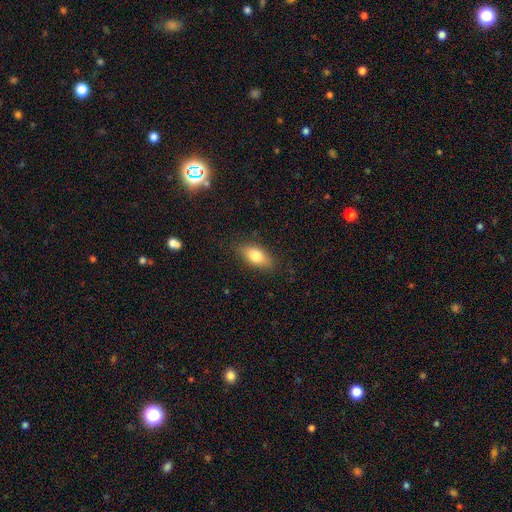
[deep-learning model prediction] smooth 80%, featured or disk 13%, star or artifact 7%. Down the decision tree: how rounded — in between (85%); merging — none (83%).